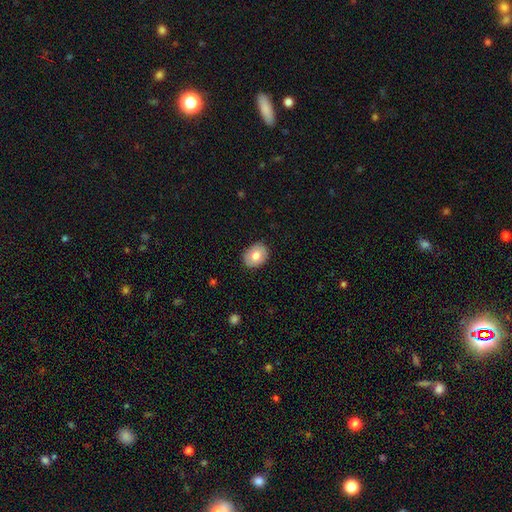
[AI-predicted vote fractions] Smooth or featured? Predicted: smooth (p=0.78). How rounded? Predicted: in between (p=0.60). Merging? Predicted: none (p=0.86).